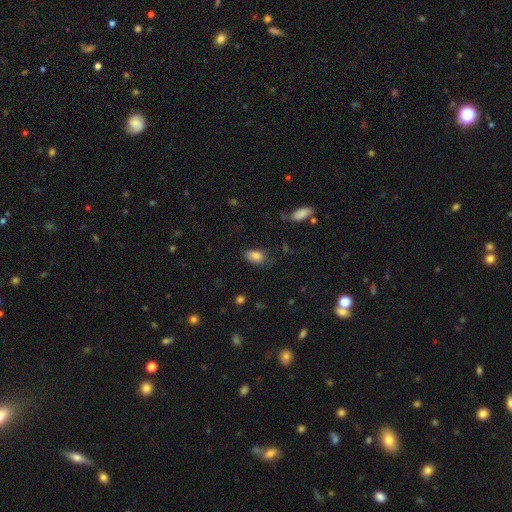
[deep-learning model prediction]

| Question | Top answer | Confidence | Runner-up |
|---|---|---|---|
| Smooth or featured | smooth | 84% | star or artifact (9%) |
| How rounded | in between | 90% | round (9%) |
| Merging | none | 62% | minor disturbance (28%) |